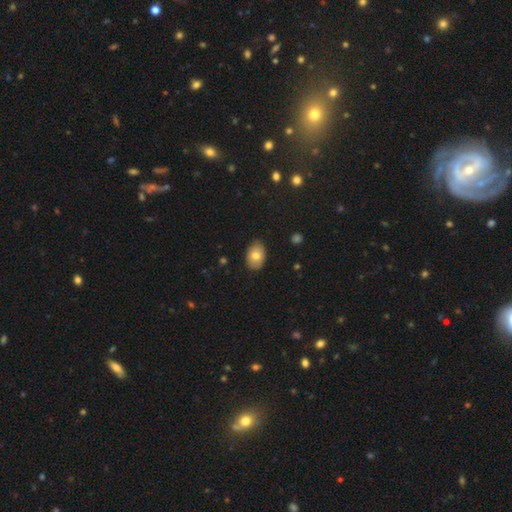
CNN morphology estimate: This appears to be a smooth galaxy with no disk features (77%) that is in between round and cigar-shaped (86%). Merging: none (85%).